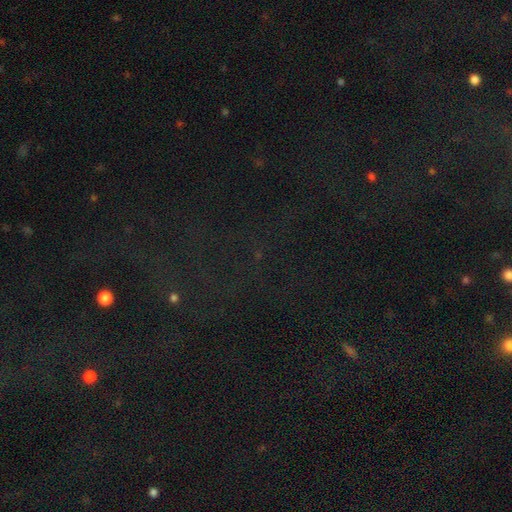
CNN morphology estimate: Smooth or featured: star or artifact — 78% (smooth — 13%)